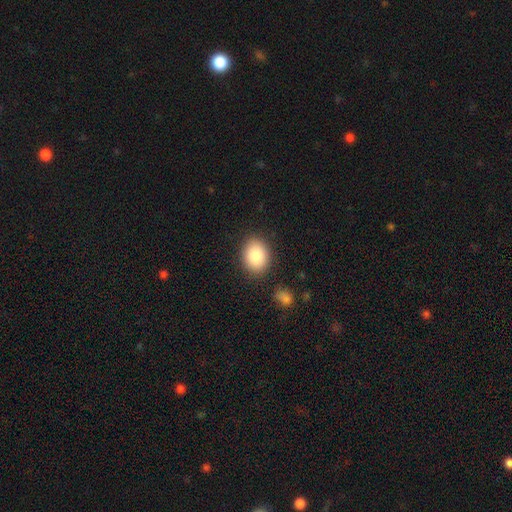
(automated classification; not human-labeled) Morphology: type=smooth (87%); roundness=in between (63%); merging=none (85%).